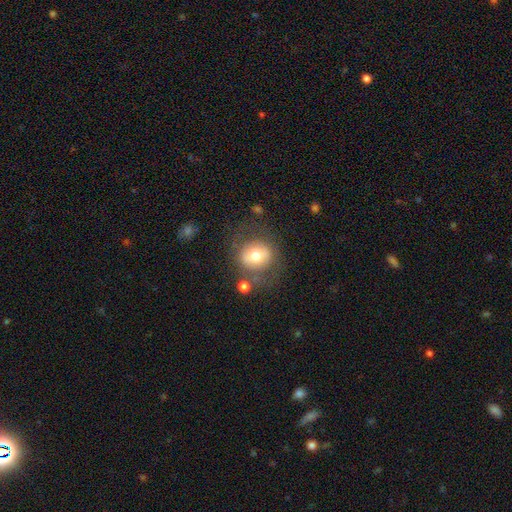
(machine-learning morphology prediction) smooth_or_featured: smooth (p=0.64) [alt: featured or disk p=0.27]
how_rounded: round (p=0.82) [alt: in between p=0.17]
merging: none (p=0.68) [alt: minor disturbance p=0.15]